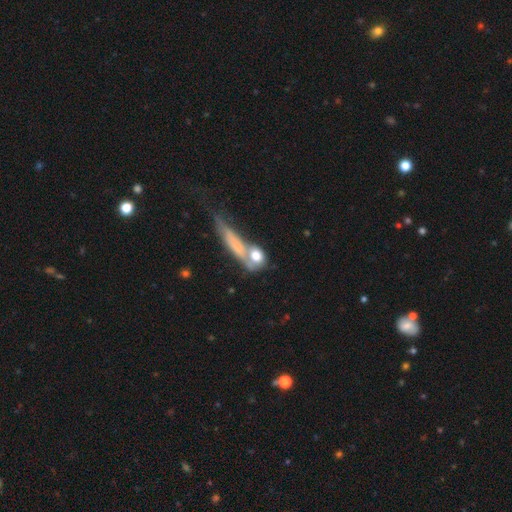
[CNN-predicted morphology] Smooth or featured? Predicted: smooth (p=0.68). How rounded? Predicted: round (p=0.56). Merging? Predicted: merger (p=0.38).